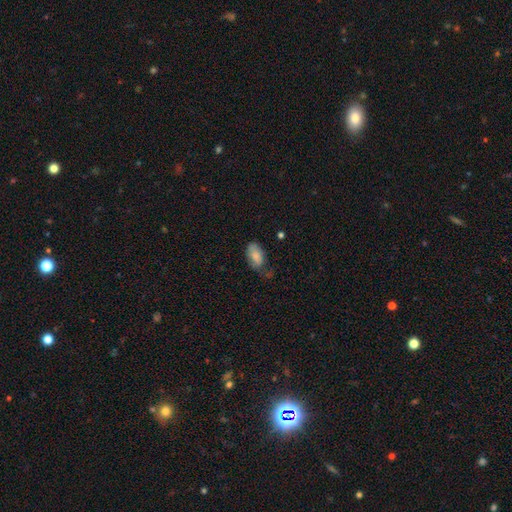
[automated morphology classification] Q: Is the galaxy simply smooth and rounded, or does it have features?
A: smooth — 80%.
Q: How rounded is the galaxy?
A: in between — 93%.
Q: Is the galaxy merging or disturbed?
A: none — 50%.